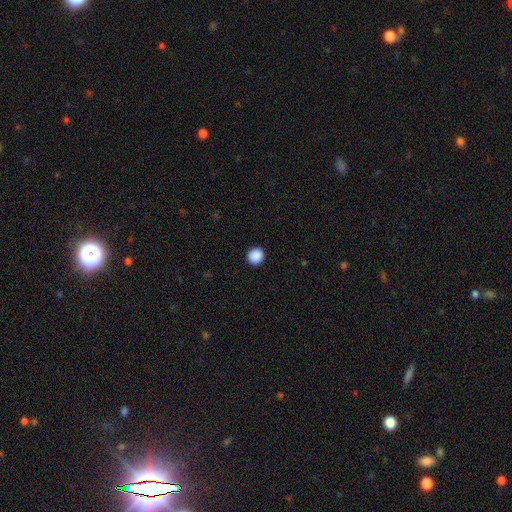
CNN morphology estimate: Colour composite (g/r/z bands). It shows a smooth galaxy with no disk features (90%) that is round (91%). Merging: none (93%).